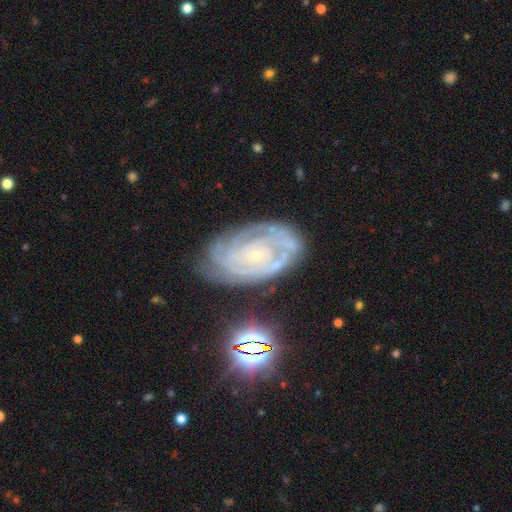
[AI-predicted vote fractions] Smooth or featured: featured or disk — 83% (smooth — 9%)
Edge-on disk: no — 96% (yes — 4%)
Bar: no — 74% (weak — 20%)
Spiral arms: yes — 95% (no — 5%)
Spiral winding: tight — 79% (medium — 18%)
Spiral arm count: can't tell — 35% (2 — 22%)
Bulge size: small — 85% (moderate — 10%)
Merging: none — 71% (minor disturbance — 20%)